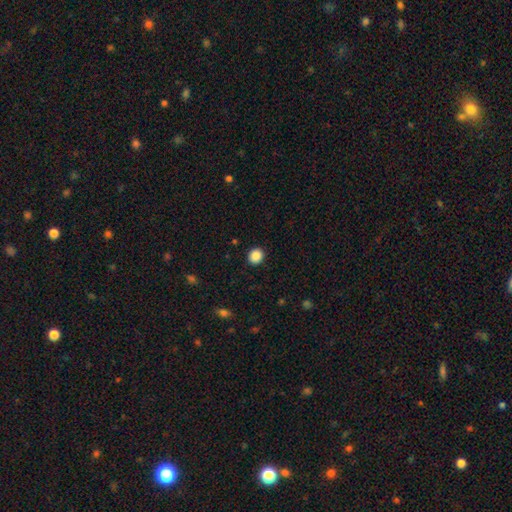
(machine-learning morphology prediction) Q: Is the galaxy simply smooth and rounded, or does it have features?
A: smooth — 88%.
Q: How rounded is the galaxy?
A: round — 78%.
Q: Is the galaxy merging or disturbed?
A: none — 91%.